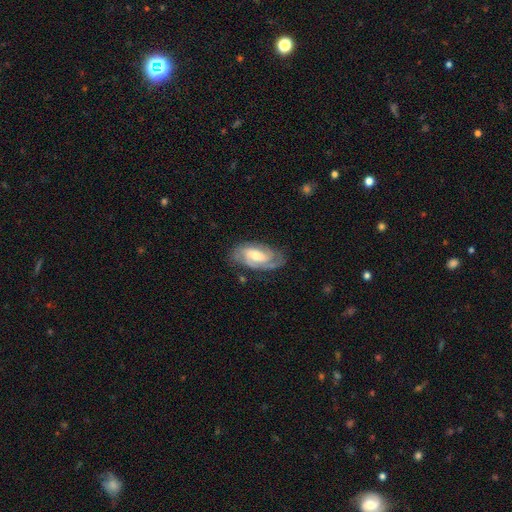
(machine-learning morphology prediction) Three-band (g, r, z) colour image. It shows a featured or disk galaxy (79%) with a weak bar (45%), 2 (55%) tight (49%) spiral arms (95%) and a moderate central bulge (56%). Merging: none (72%).